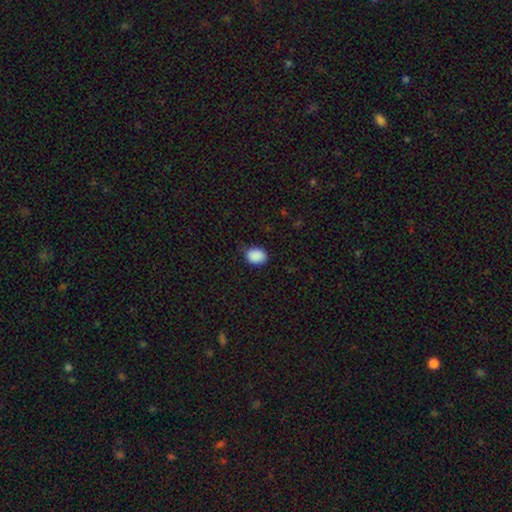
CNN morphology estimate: The model was most divided on "how rounded": in between: 60%, round: 39%, cigar-shaped: 1%. More confident: smooth or featured — smooth (89%); merging — none (79%).